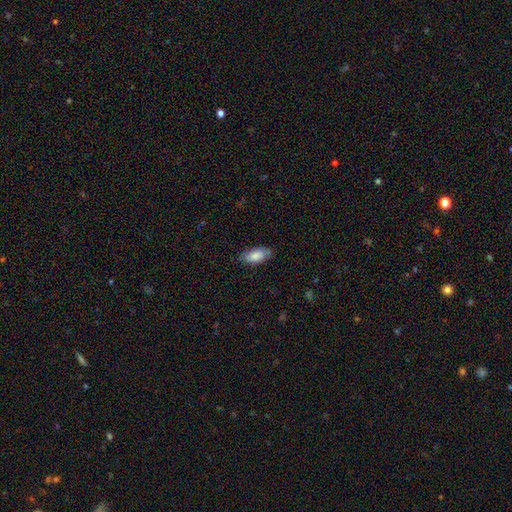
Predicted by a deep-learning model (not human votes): Smooth or featured: smooth — 84% (featured or disk — 10%)
How rounded: in between — 88% (cigar-shaped — 10%)
Merging: none — 74% (minor disturbance — 20%)